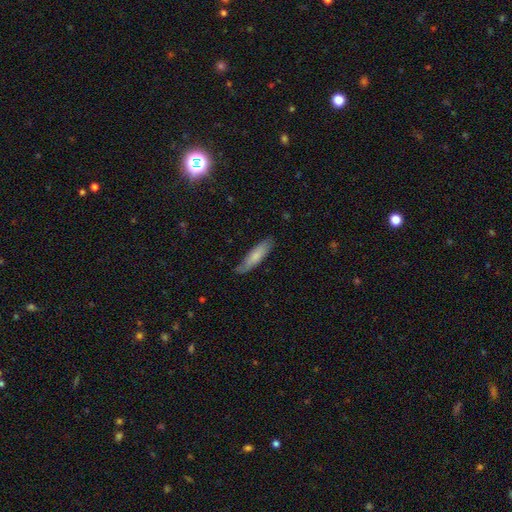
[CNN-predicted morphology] Smooth or featured? smooth (73%)
How rounded? cigar-shaped (73%)
Merging? none (77%)